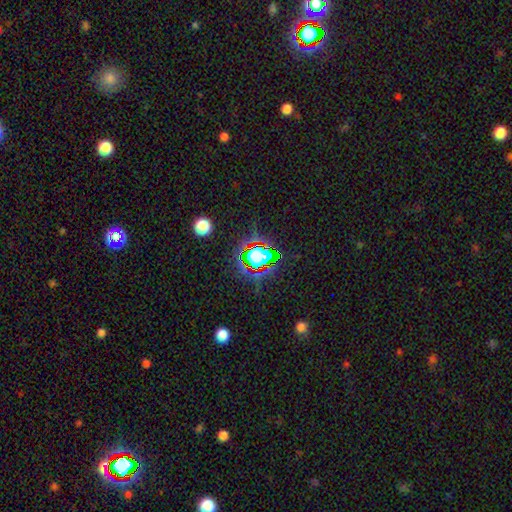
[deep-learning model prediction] star or artifact 63%, smooth 23%, featured or disk 14%.